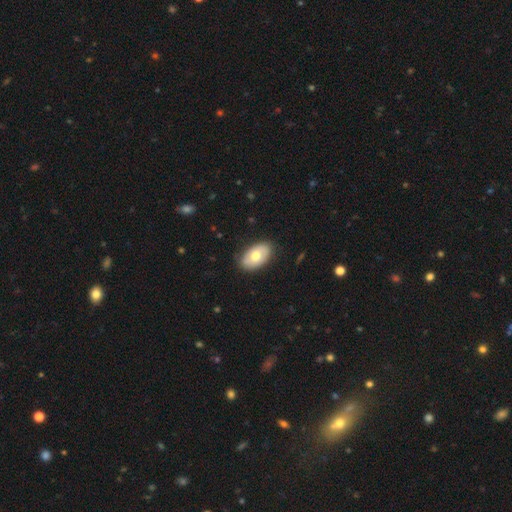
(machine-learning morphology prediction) Smooth or featured? smooth (64%)
How rounded? in between (92%)
Merging? none (83%)